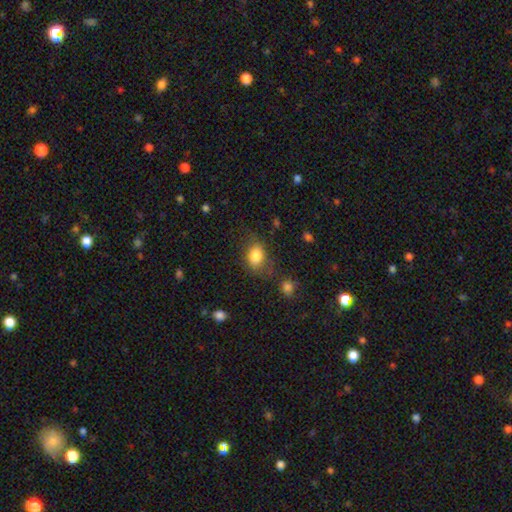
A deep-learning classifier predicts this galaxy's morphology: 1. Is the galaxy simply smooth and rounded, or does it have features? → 82% smooth, 9% star or artifact, 9% featured or disk.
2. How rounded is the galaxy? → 76% in between, 23% round, 2% cigar-shaped.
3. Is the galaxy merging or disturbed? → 62% none, 24% minor disturbance, 10% major disturbance, 4% merger.